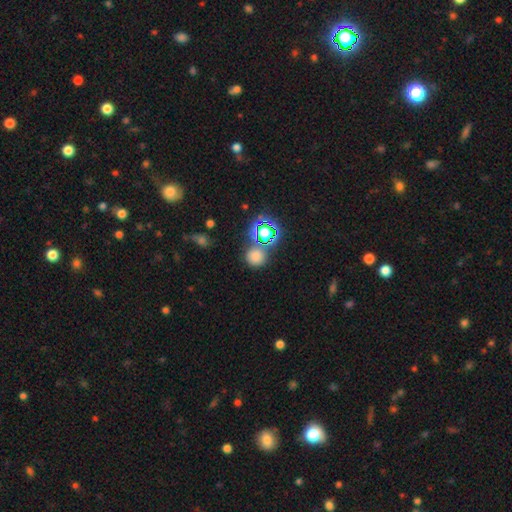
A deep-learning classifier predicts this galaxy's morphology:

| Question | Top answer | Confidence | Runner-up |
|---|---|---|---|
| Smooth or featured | smooth | 67% | star or artifact (28%) |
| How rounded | round | 88% | in between (10%) |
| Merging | none | 75% | merger (12%) |